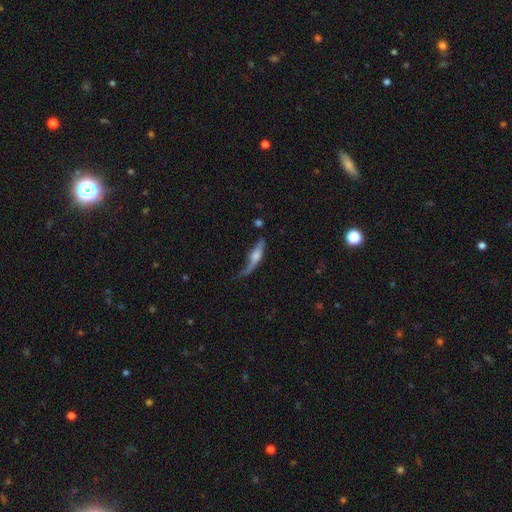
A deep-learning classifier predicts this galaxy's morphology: Overall: featured or disk (48%; smooth 46%). Merging: none (42%; minor disturbance 33%).